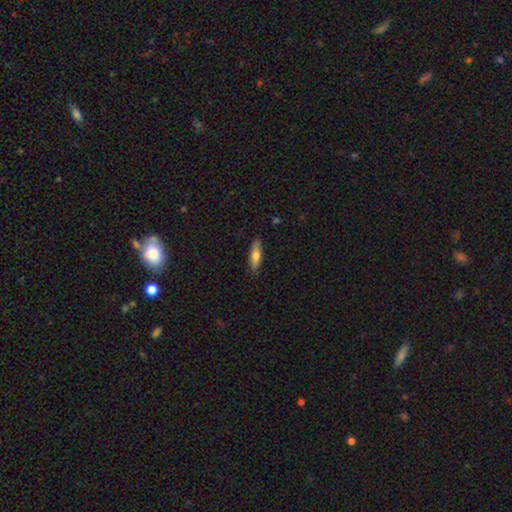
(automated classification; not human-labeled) Morphology: type=smooth (68%); roundness=cigar-shaped (59%); merging=none (83%).